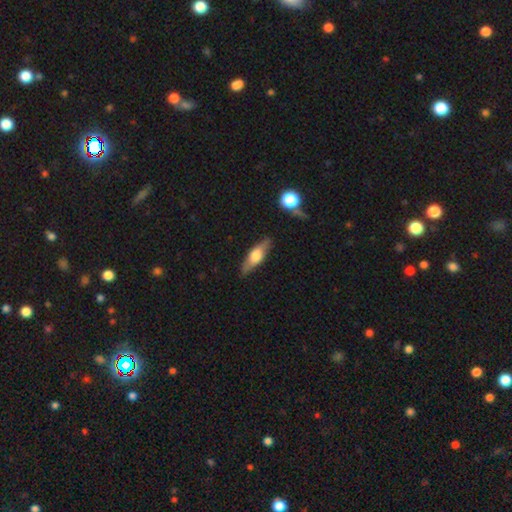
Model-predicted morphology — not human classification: smooth_or_featured: featured or disk (p=0.50) [alt: smooth p=0.44]
disk_edge_on: yes (p=0.88) [alt: no p=0.12]
merging: none (p=0.84) [alt: minor disturbance p=0.12]